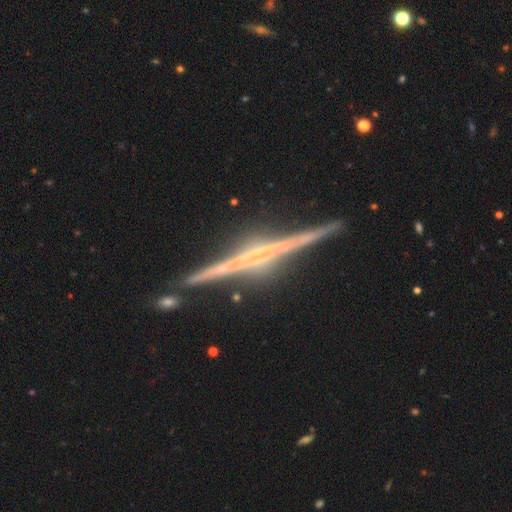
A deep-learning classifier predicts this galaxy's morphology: Smooth or featured? Predicted: featured or disk (p=0.89). Edge-on disk? Predicted: yes (p=0.98). Edge-on bulge? Predicted: rounded (p=0.40). Merging? Predicted: none (p=0.87).